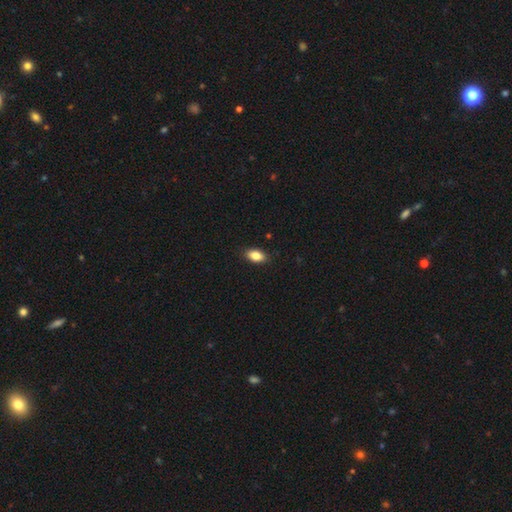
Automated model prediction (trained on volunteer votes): Overall: smooth (85%). How rounded: in between (90%). Merging: none (88%).